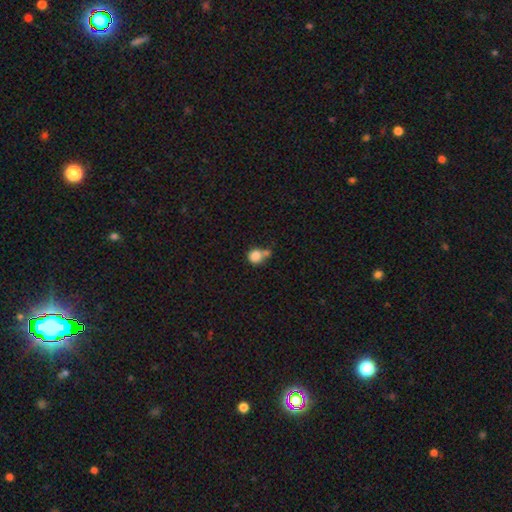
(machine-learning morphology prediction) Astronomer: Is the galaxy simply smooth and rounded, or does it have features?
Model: smooth — 84%.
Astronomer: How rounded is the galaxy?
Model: round — 86%.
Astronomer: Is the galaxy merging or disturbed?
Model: none — 44% (runner-up: merger, 37%).